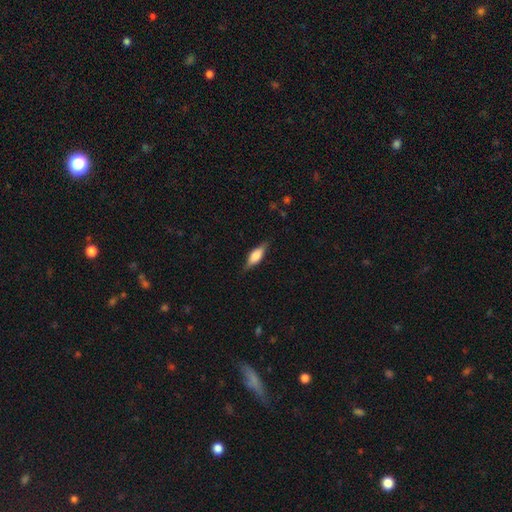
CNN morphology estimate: A smooth galaxy with no disk features (59%) that is in between round and cigar-shaped (63%).

Vote fractions:
- Smooth or featured? smooth: 59% / featured or disk: 34% / star or artifact: 7%
- How rounded? in between: 63% / cigar-shaped: 34% / round: 3%
- Merging? none: 81% / minor disturbance: 15% / major disturbance: 3% / merger: 1%